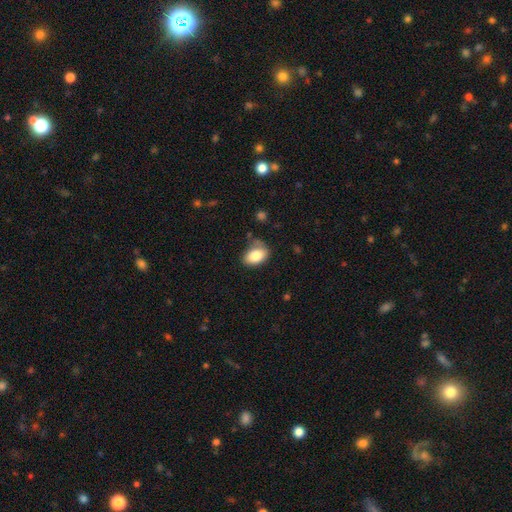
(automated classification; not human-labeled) Morphology: type=smooth (82%); roundness=in between (84%); merging=none (59%).